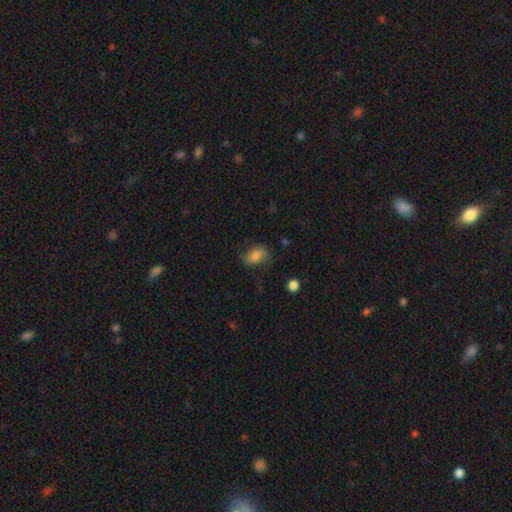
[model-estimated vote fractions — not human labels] Morphology: type=smooth (74%); roundness=in between (78%); merging=none (66%).